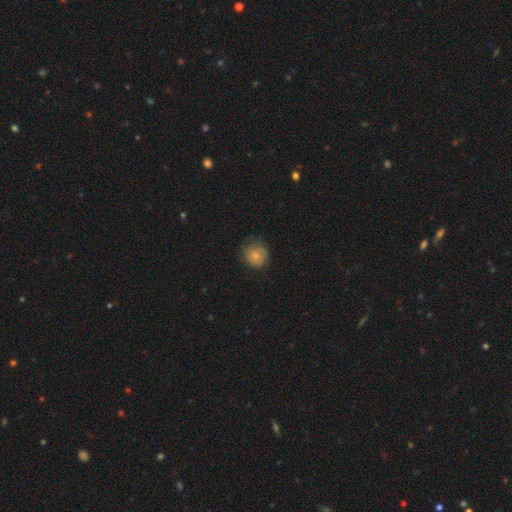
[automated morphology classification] Q: Smooth or featured?
A: smooth (68%); runner-up: featured or disk (24%)
Q: How rounded?
A: round (84%); runner-up: in between (15%)
Q: Merging?
A: none (66%); runner-up: minor disturbance (23%)